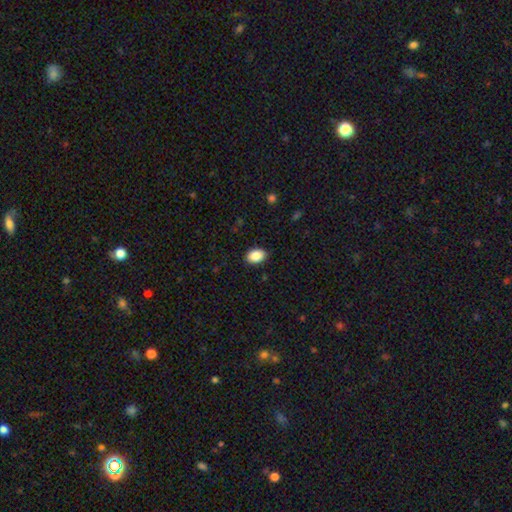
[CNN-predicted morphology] A smooth galaxy with no disk features (89%) that is in between round and cigar-shaped (85%). Merging: none (89%).